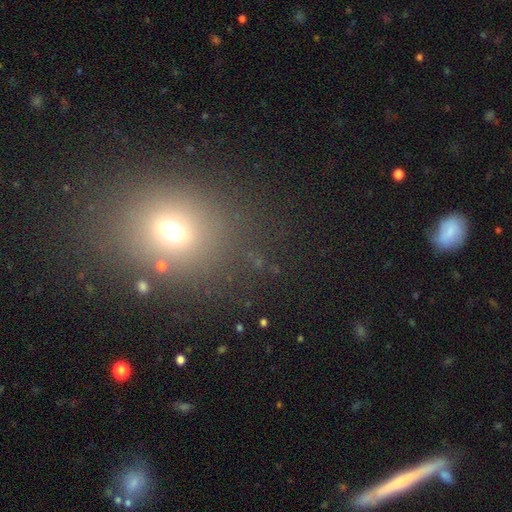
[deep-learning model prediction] Smooth or featured? smooth (56%)
How rounded? round (53%)
Merging? none (84%)